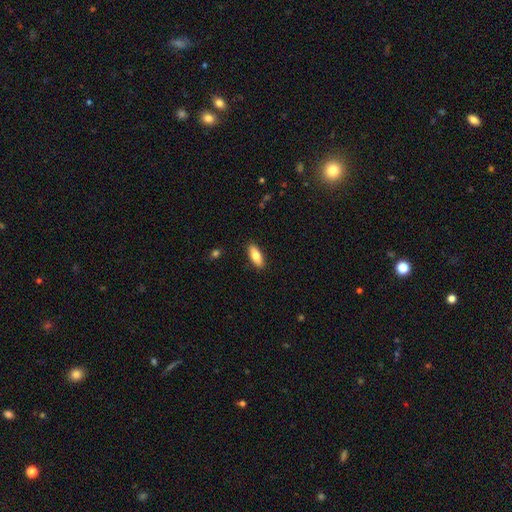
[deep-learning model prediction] A smooth galaxy with no disk features (78%) that is in between round and cigar-shaped (72%).

Vote fractions:
- Smooth or featured? smooth: 78% / featured or disk: 15% / star or artifact: 6%
- How rounded? in between: 72% / cigar-shaped: 26% / round: 2%
- Merging? none: 90% / minor disturbance: 8% / major disturbance: 2% / merger: 1%